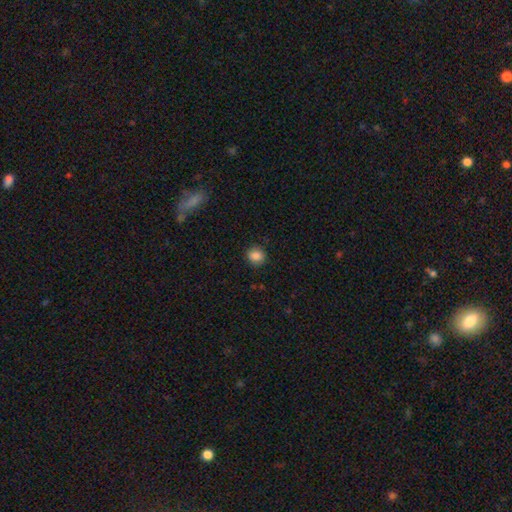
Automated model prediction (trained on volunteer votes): Morphology: type=smooth (86%); roundness=round (77%); merging=none (88%).